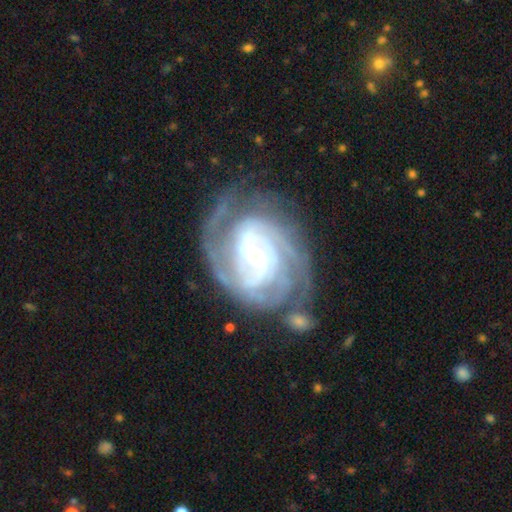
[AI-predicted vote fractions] Q: Smooth or featured?
A: featured or disk (89%); runner-up: star or artifact (6%)
Q: Edge-on disk?
A: no (97%); runner-up: yes (3%)
Q: Bar?
A: no (50%); runner-up: weak (35%)
Q: Spiral arms?
A: yes (97%); runner-up: no (3%)
Q: Spiral winding?
A: tight (67%); runner-up: medium (27%)
Q: Spiral arm count?
A: 2 (29%); runner-up: can't tell (24%)
Q: Bulge size?
A: small (72%); runner-up: moderate (22%)
Q: Merging?
A: none (59%); runner-up: minor disturbance (20%)